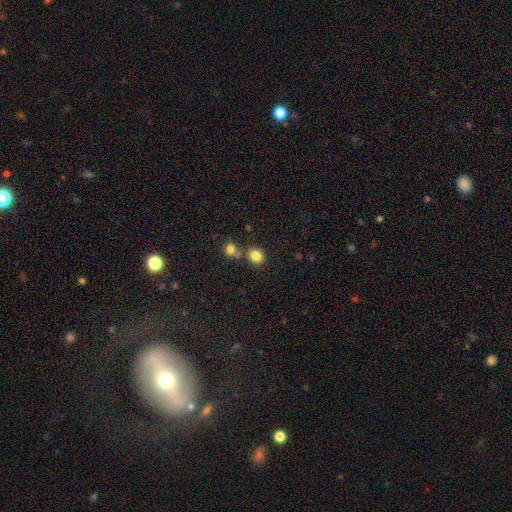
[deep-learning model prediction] Overall: smooth (84%). How rounded: round (65%; in between 35%). Merging: none (65%).